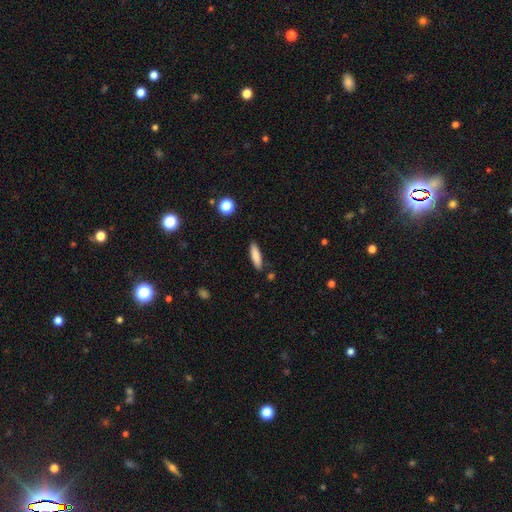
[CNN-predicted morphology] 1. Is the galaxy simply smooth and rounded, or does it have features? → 82% smooth, 11% featured or disk, 7% star or artifact.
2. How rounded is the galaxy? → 68% cigar-shaped, 30% in between, 2% round.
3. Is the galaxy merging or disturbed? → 86% none, 10% minor disturbance, 3% merger, 2% major disturbance.